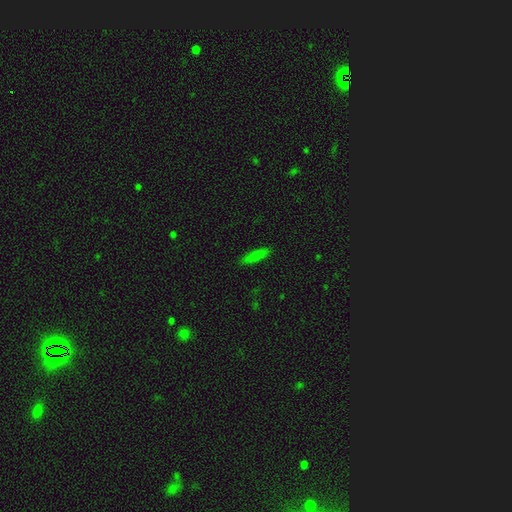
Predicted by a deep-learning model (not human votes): Smooth or featured?
  - smooth: 81% *
  - featured or disk: 10%
  - star or artifact: 10%
How rounded?
  - cigar-shaped: 74% *
  - in between: 24%
  - round: 2%
Merging?
  - none: 88% *
  - minor disturbance: 9%
  - major disturbance: 2%
  - merger: 1%